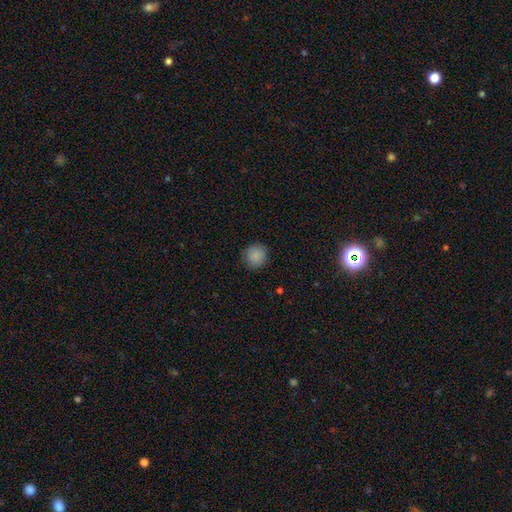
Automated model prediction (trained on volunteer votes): The model was most divided on "smooth or featured": smooth: 87%, star or artifact: 9%, featured or disk: 4%. More confident: how rounded — round (93%); merging — none (88%).